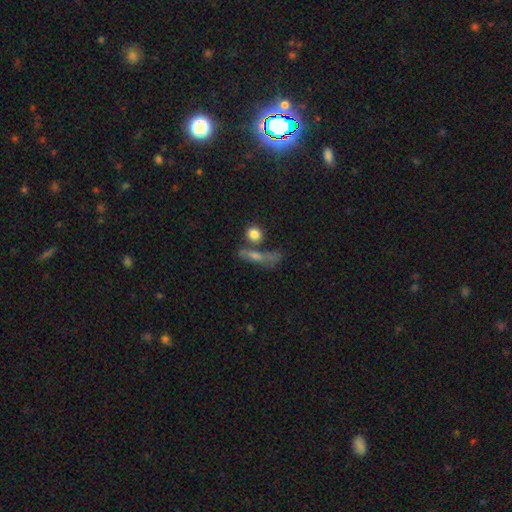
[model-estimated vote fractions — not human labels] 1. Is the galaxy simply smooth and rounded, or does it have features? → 45% smooth, 35% featured or disk, 20% star or artifact.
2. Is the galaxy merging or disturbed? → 56% none, 20% merger, 14% minor disturbance, 10% major disturbance.